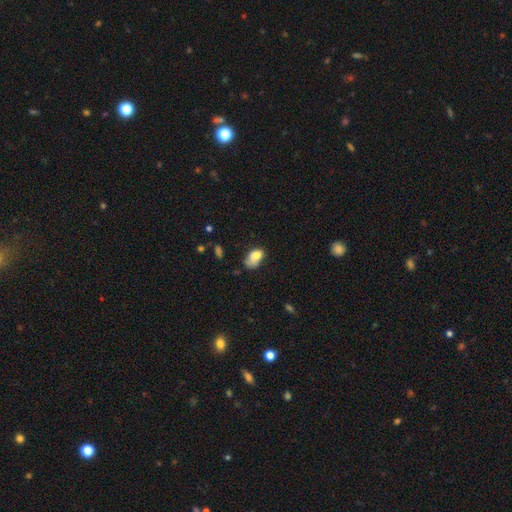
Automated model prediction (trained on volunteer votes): smooth-or-featured: smooth: 74% | featured or disk: 17% | star or artifact: 10%
  how-rounded: in between: 85% | round: 13% | cigar-shaped: 2%
  merging: minor disturbance: 34% | none: 29% | major disturbance: 23% | merger: 14%